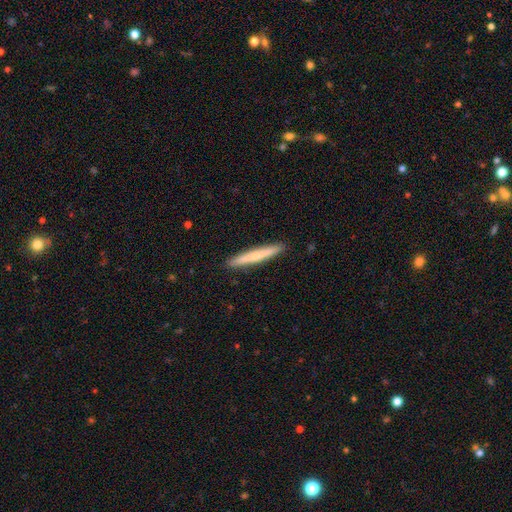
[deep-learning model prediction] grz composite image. It shows a smooth galaxy with no disk features (63%) that is cigar-shaped (96%). Merging: none (92%).